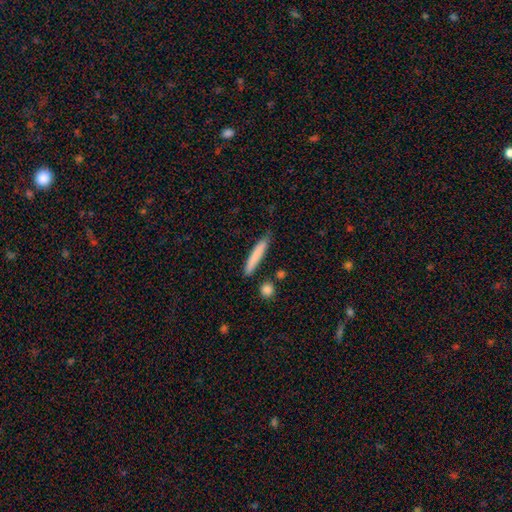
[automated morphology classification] The model was most divided on "smooth or featured": smooth: 78%, featured or disk: 16%, star or artifact: 6%. More confident: how rounded — cigar-shaped (94%); merging — none (81%).